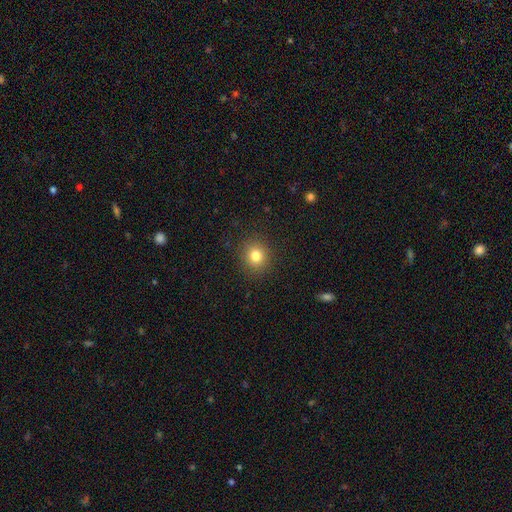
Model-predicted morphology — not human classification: smooth 80%, star or artifact 13%, featured or disk 7%. Down the decision tree: how rounded — round (87%); merging — none (90%).